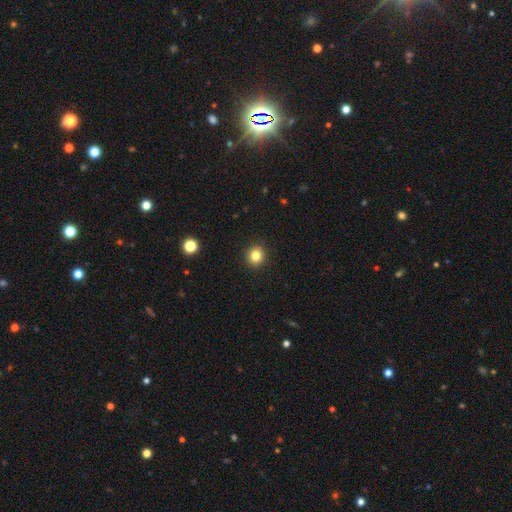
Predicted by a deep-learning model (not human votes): Overall: smooth (82%). How rounded: round (89%). Merging: none (92%).